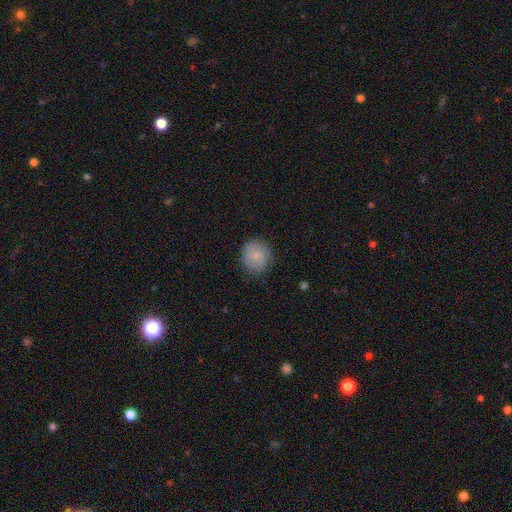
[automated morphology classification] A smooth galaxy with no disk features (71%) that is round (89%).

Vote fractions:
- Smooth or featured? smooth: 71% / featured or disk: 22% / star or artifact: 7%
- How rounded? round: 89% / in between: 10% / cigar-shaped: 1%
- Merging? none: 83% / minor disturbance: 12% / major disturbance: 3% / merger: 1%